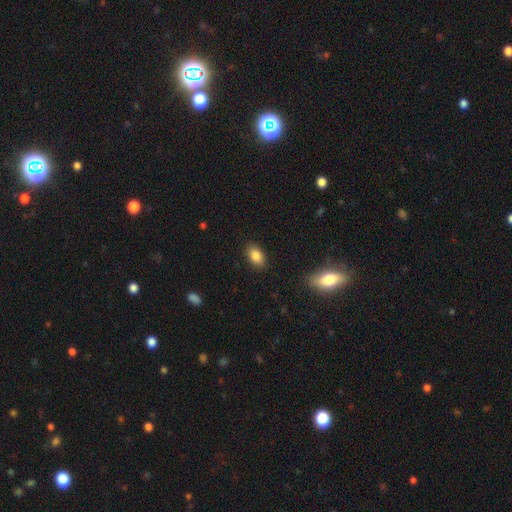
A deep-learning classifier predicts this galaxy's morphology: smooth_or_featured: smooth (p=0.85) [alt: star or artifact p=0.09]
how_rounded: in between (p=0.86) [alt: round p=0.12]
merging: none (p=0.87) [alt: minor disturbance p=0.10]